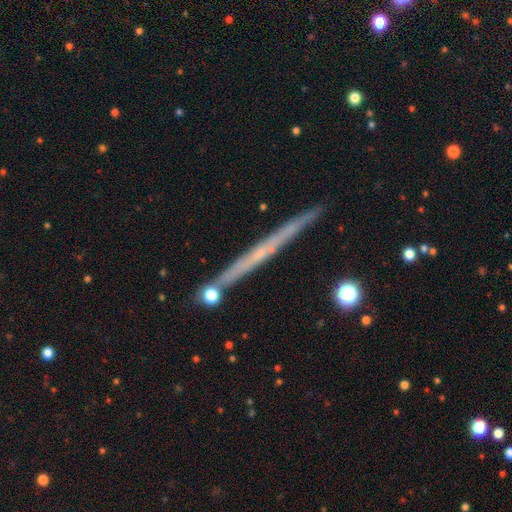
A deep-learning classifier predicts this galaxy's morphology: Smooth or featured? Predicted: featured or disk (p=0.65). Edge-on disk? Predicted: yes (p=0.97). Edge-on bulge? Predicted: none (p=0.80). Merging? Predicted: none (p=0.88).